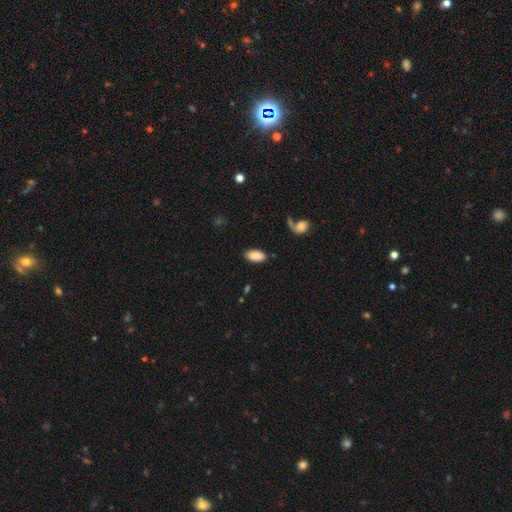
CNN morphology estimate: This appears to be a smooth galaxy with no disk features (88%) that is in between round and cigar-shaped (94%). Merging: none (85%).